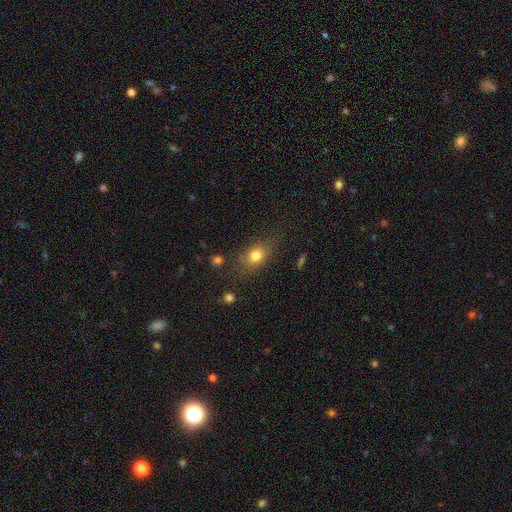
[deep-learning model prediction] The model was most divided on "how rounded": in between: 59%, round: 37%, cigar-shaped: 4%. More confident: smooth or featured — smooth (78%); merging — none (71%).